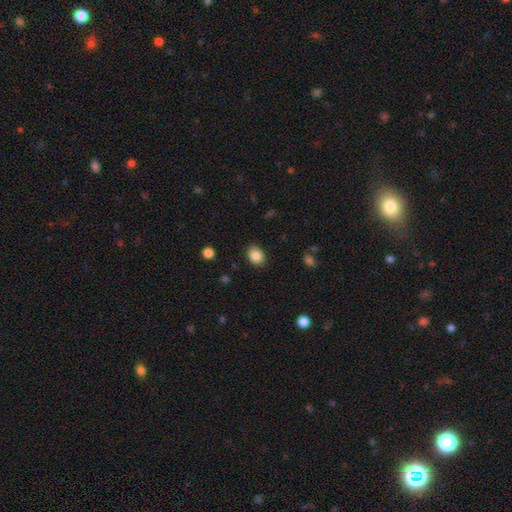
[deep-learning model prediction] Overall: smooth (86%). How rounded: in between (57%; round 42%). Merging: none (87%).